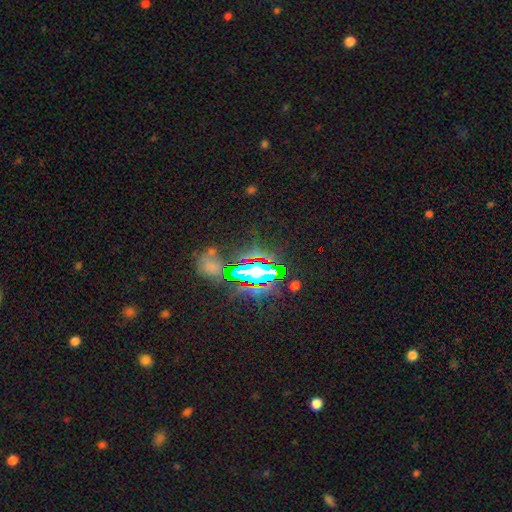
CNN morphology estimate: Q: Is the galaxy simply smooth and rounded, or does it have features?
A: star or artifact — 77%.